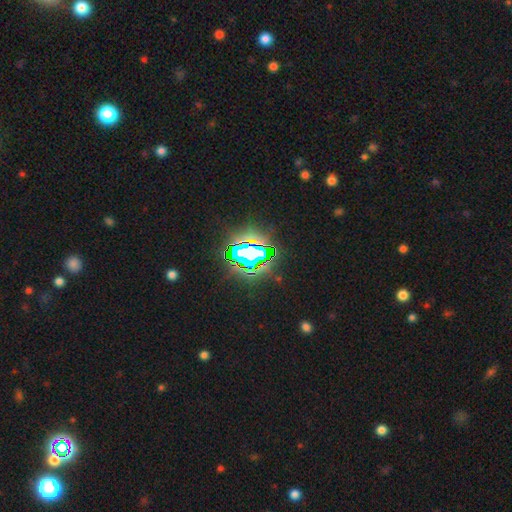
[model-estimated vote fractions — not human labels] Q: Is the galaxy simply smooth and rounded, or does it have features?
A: star or artifact — 81%.